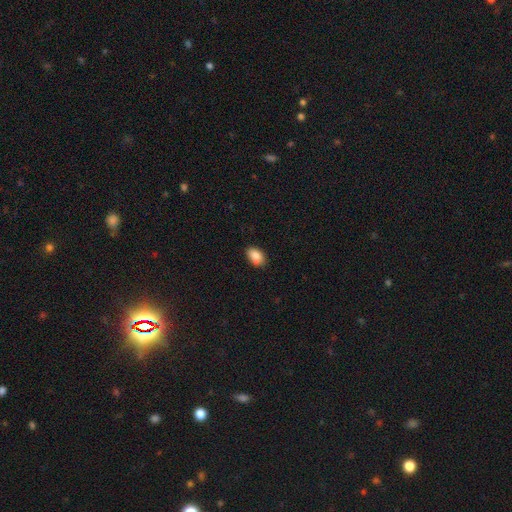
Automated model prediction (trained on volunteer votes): Overall: smooth (88%). How rounded: in between (90%). Merging: none (86%).